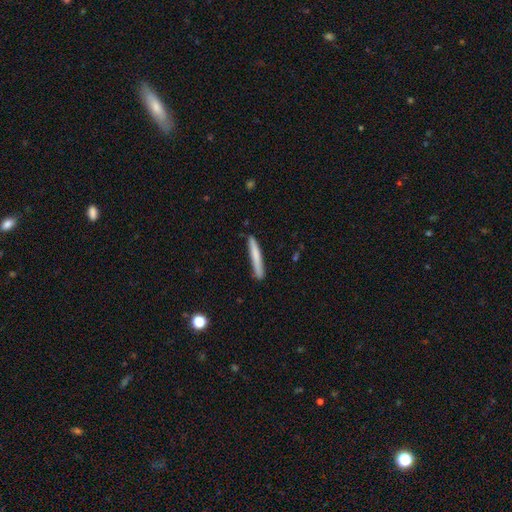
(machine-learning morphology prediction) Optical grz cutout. It shows a smooth galaxy with no disk features (73%) that is cigar-shaped (96%). Merging: none (86%).